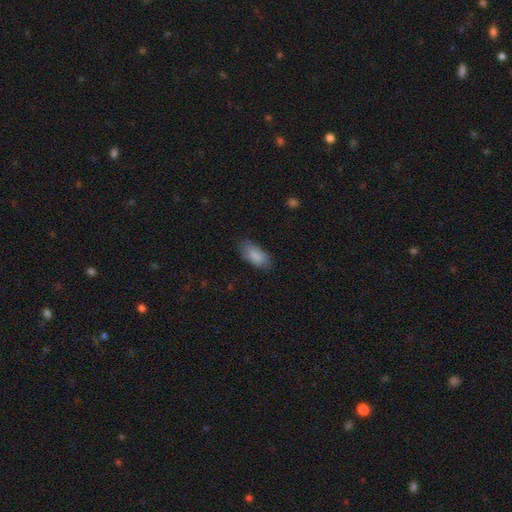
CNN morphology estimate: type=smooth (87%); roundness=in between (90%); merging=none (76%).